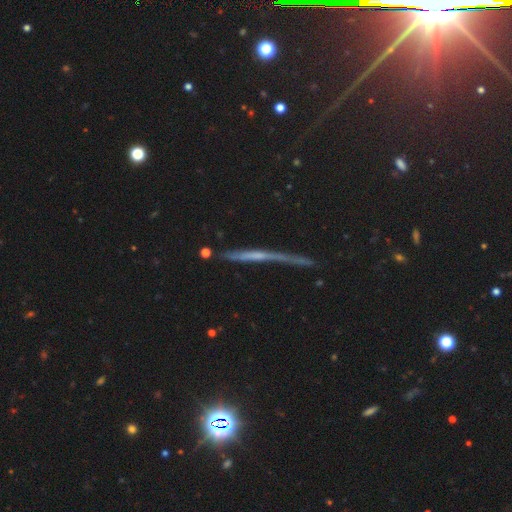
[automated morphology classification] Overall: featured or disk (57%; smooth 28%). Edge-on disk: yes (92%). Edge-on bulge: none (72%). Merging: none (67%).